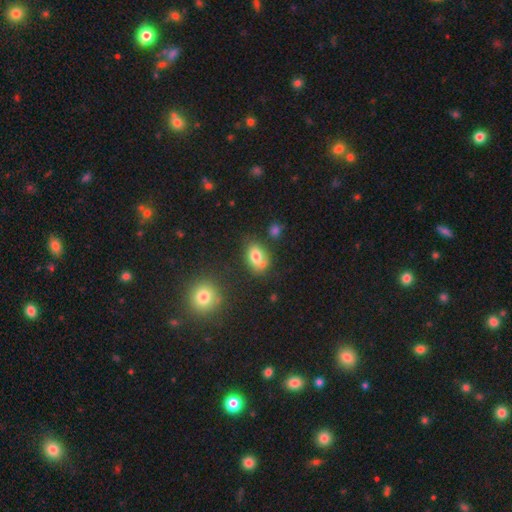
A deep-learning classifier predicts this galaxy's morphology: type=smooth (74%); roundness=in between (78%); merging=none (55%).